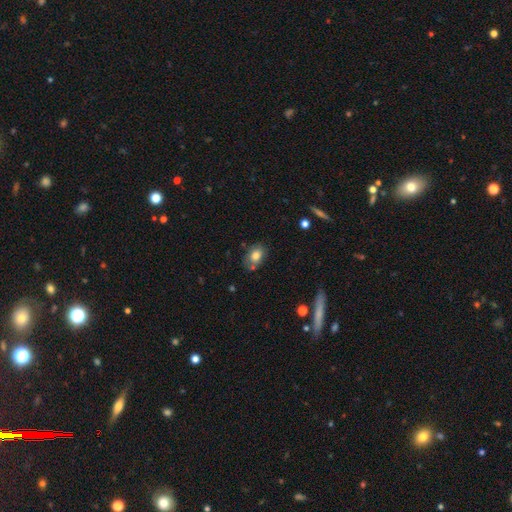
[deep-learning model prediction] A smooth galaxy with no disk features (78%) that is in between round and cigar-shaped (78%). Merging: none (70%).